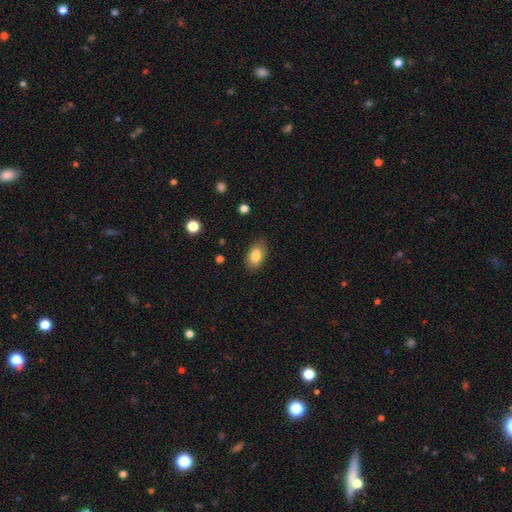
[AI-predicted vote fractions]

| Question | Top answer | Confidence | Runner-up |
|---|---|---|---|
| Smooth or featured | smooth | 83% | featured or disk (10%) |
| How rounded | in between | 91% | round (8%) |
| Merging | none | 84% | minor disturbance (13%) |